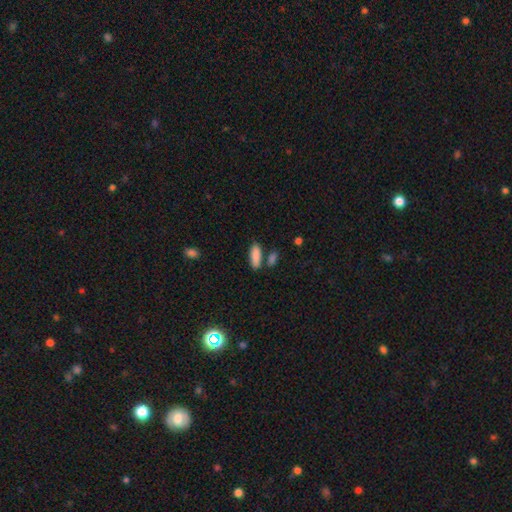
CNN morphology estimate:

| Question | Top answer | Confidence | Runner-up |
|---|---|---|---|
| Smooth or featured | smooth | 88% | star or artifact (7%) |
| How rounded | in between | 67% | cigar-shaped (31%) |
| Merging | none | 73% | merger (12%) |